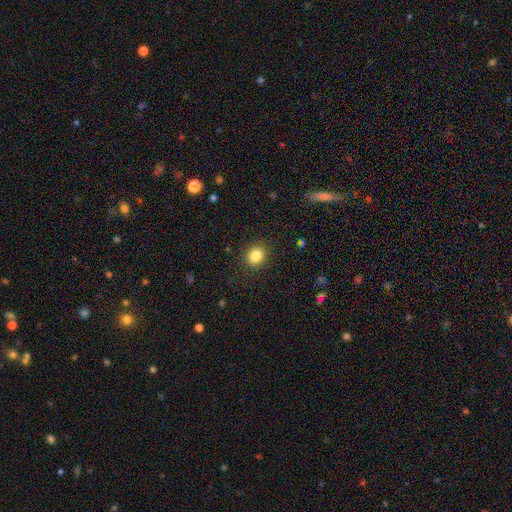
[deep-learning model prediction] This is clearly a smooth galaxy (84%). How rounded: clearly round (82%). Merging: clearly none (89%).